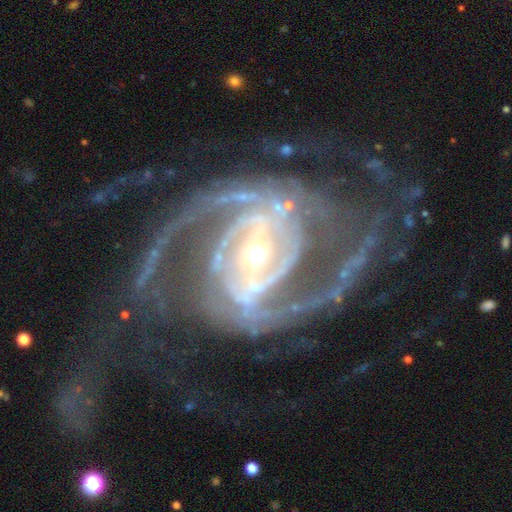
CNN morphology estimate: Smooth or featured? Predicted: featured or disk (p=0.93). Edge-on disk? Predicted: no (p=0.98). Bar? Predicted: strong (p=0.49). Spiral arms? Predicted: yes (p=0.98). Spiral winding? Predicted: medium (p=0.52). Spiral arm count? Predicted: 2 (p=0.67). Bulge size? Predicted: small (p=0.51). Merging? Predicted: none (p=0.59).